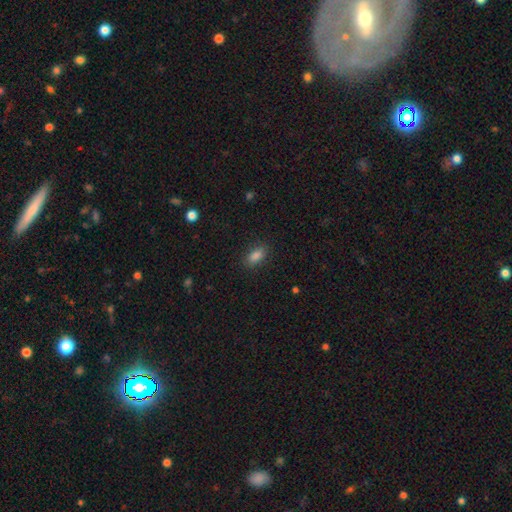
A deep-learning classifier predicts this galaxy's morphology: smooth_or_featured: smooth (p=0.85) [alt: star or artifact p=0.09]
how_rounded: in between (p=0.86) [alt: cigar-shaped p=0.09]
merging: none (p=0.87) [alt: minor disturbance p=0.09]